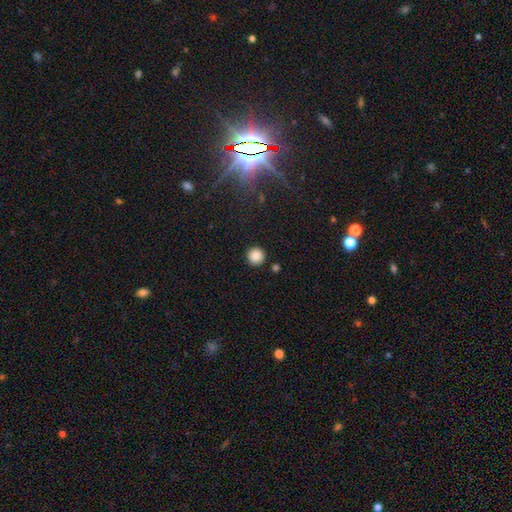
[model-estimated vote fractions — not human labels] Smooth or featured? Predicted: smooth (p=0.87). How rounded? Predicted: round (p=0.96). Merging? Predicted: none (p=0.91).